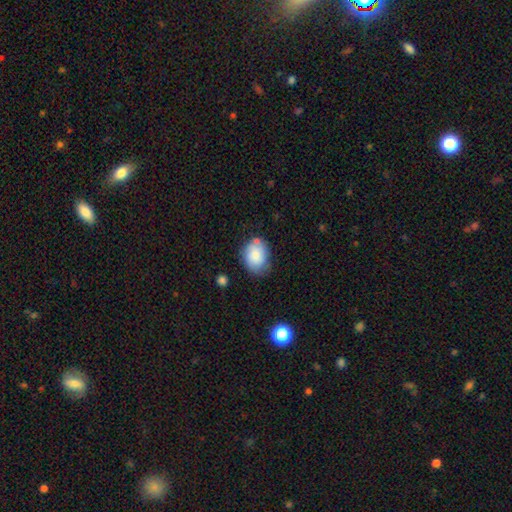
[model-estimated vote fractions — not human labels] Smooth or featured: smooth — 76% (featured or disk — 16%)
How rounded: in between — 66% (round — 33%)
Merging: none — 62% (minor disturbance — 27%)